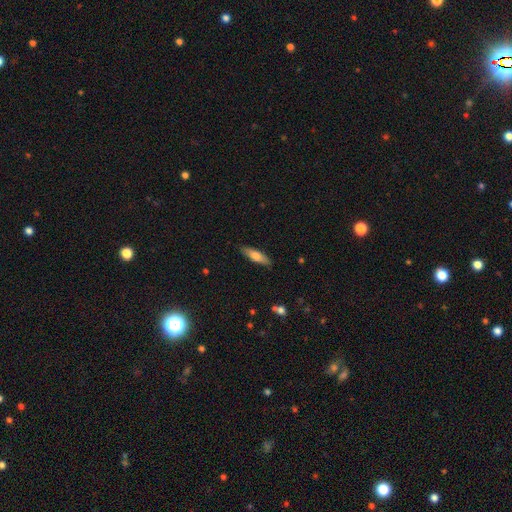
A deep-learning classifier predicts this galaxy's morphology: type=smooth (68%); roundness=cigar-shaped (59%); merging=none (87%).